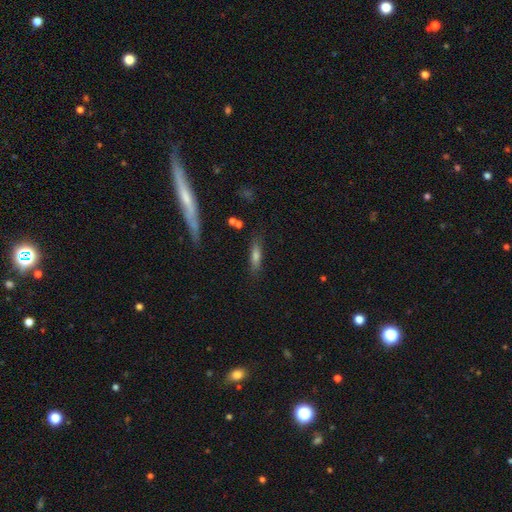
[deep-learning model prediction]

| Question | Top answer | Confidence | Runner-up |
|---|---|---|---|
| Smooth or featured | smooth | 63% | featured or disk (28%) |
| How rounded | cigar-shaped | 70% | in between (27%) |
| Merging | none | 78% | minor disturbance (14%) |